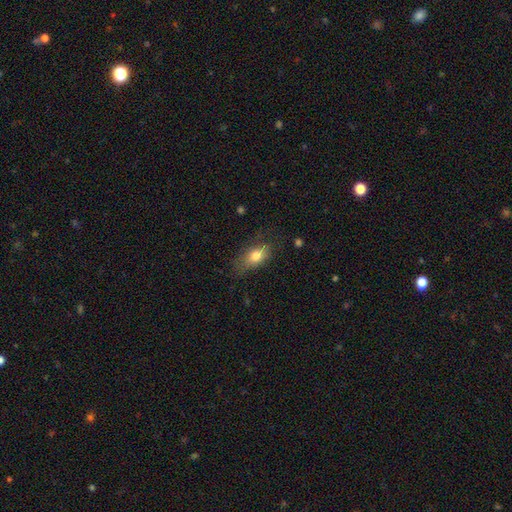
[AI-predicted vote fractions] smooth_or_featured: smooth (p=0.76) [alt: featured or disk p=0.15]
how_rounded: in between (p=0.84) [alt: round p=0.08]
merging: none (p=0.67) [alt: minor disturbance p=0.24]